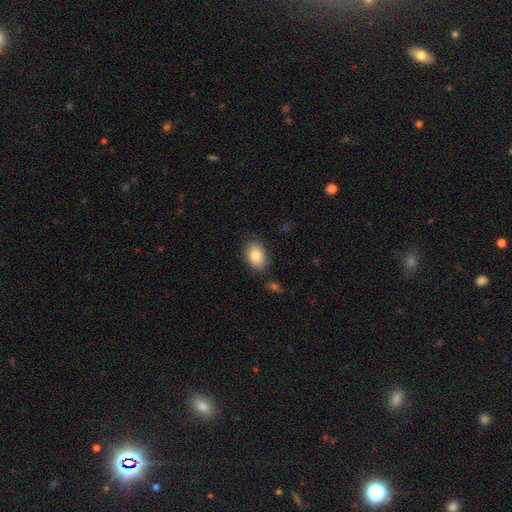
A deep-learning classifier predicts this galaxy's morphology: This appears to be a smooth galaxy with no disk features (84%) that is in between round and cigar-shaped (85%). Merging: none (81%).